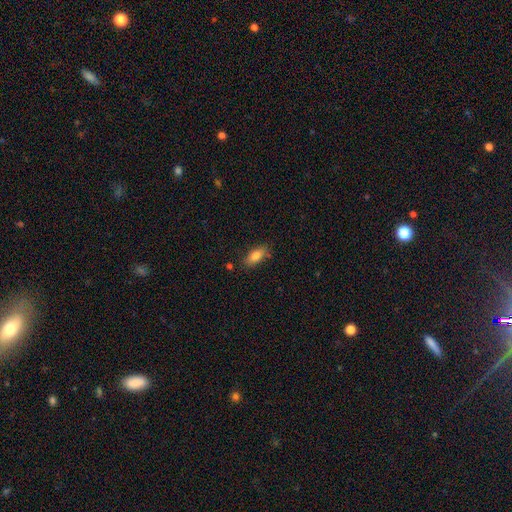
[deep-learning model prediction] A smooth galaxy with no disk features (80%) that is in between round and cigar-shaped (81%).

Vote fractions:
- Smooth or featured? smooth: 80% / featured or disk: 12% / star or artifact: 8%
- How rounded? in between: 81% / cigar-shaped: 16% / round: 3%
- Merging? none: 79% / minor disturbance: 15% / merger: 3% / major disturbance: 3%